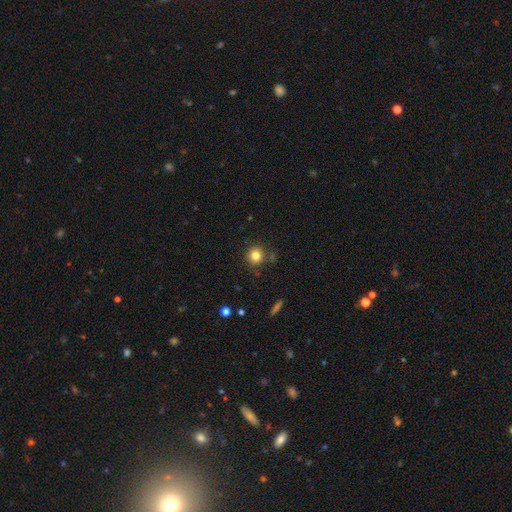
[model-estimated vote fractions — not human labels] smooth-or-featured: smooth: 81% | star or artifact: 12% | featured or disk: 7%
  how-rounded: round: 92% | in between: 7% | cigar-shaped: 1%
  merging: none: 83% | minor disturbance: 9% | merger: 5% | major disturbance: 3%